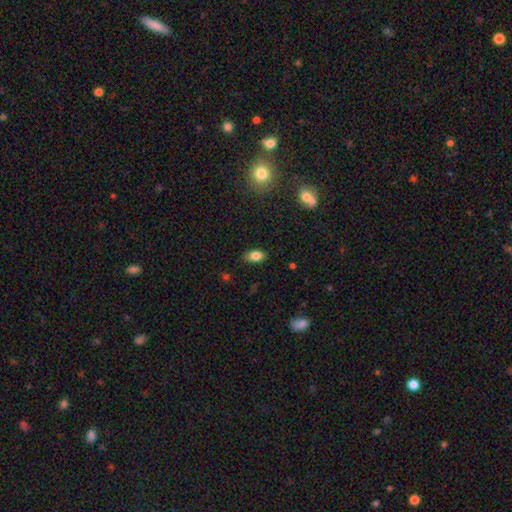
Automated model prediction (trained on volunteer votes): This is clearly a smooth galaxy (82%). How rounded: clearly in between (89%). Merging: clearly none (86%).